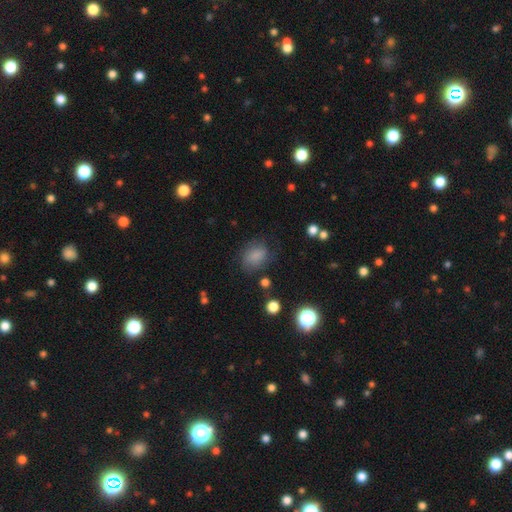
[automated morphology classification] smooth-or-featured: smooth: 76% | featured or disk: 13% | star or artifact: 11%
  how-rounded: in between: 63% | round: 36% | cigar-shaped: 1%
  merging: none: 63% | minor disturbance: 22% | major disturbance: 12% | merger: 3%